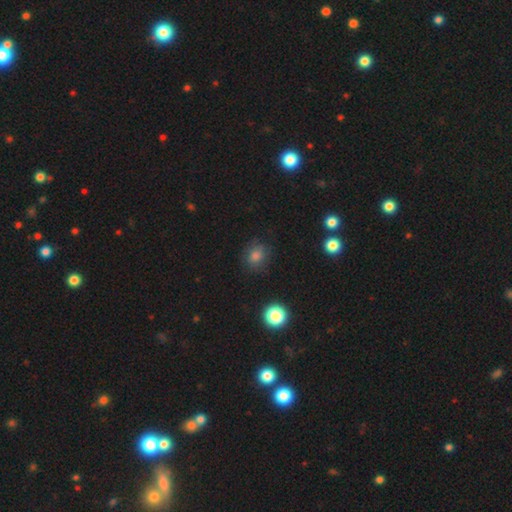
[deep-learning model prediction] smooth_or_featured: smooth (p=0.78) [alt: star or artifact p=0.15]
how_rounded: round (p=0.72) [alt: in between p=0.27]
merging: none (p=0.81) [alt: minor disturbance p=0.13]